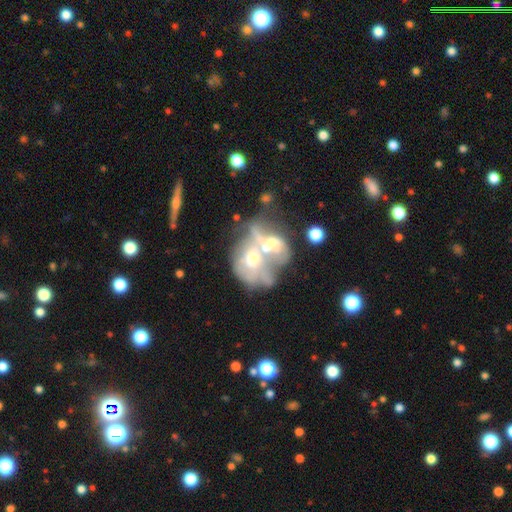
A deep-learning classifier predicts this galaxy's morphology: Smooth or featured: featured or disk — 61% (smooth — 26%)
Edge-on disk: no — 94% (yes — 6%)
Bar: no — 80% (weak — 15%)
Spiral arms: no — 70% (yes — 30%)
Bulge size: moderate — 58% (small — 26%)
Merging: merger — 70% (none — 12%)